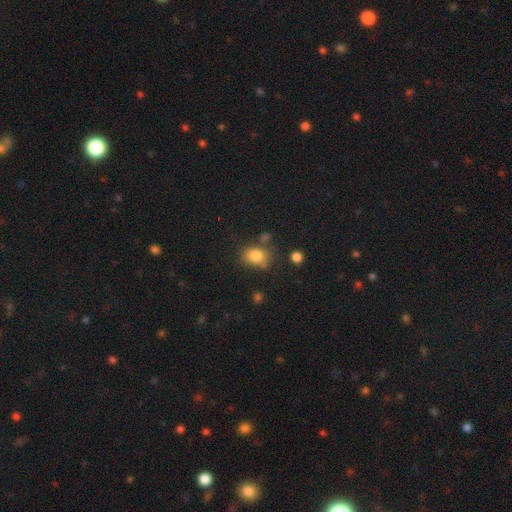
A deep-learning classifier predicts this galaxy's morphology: A smooth galaxy with no disk features (81%) that is in between round and cigar-shaped (55%).

Vote fractions:
- Smooth or featured? smooth: 81% / star or artifact: 11% / featured or disk: 8%
- How rounded? in between: 55% / round: 44% / cigar-shaped: 1%
- Merging? none: 62% / minor disturbance: 20% / merger: 11% / major disturbance: 7%